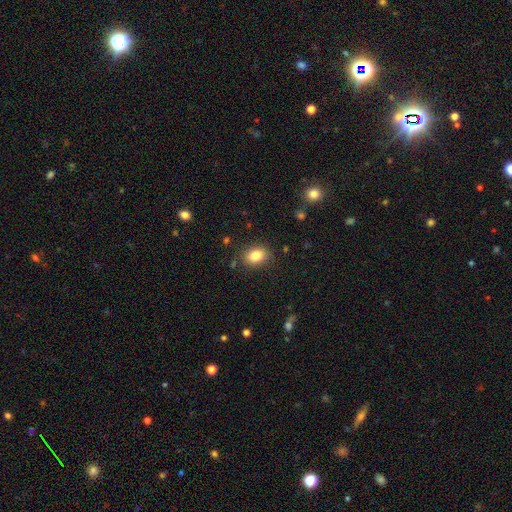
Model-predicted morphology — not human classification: smooth 83%, star or artifact 9%, featured or disk 8%. Down the decision tree: how rounded — in between (72%); merging — none (84%).